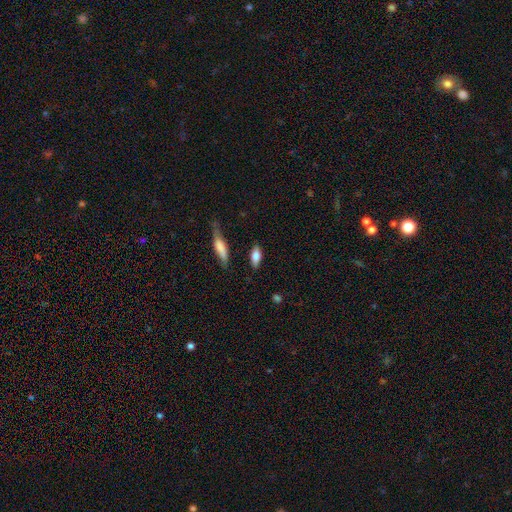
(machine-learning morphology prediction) smooth 69%, featured or disk 24%, star or artifact 7%. Down the decision tree: how rounded — in between (72%); merging — none (81%).